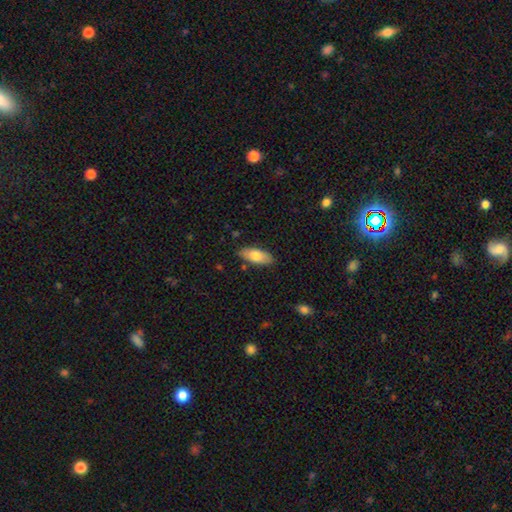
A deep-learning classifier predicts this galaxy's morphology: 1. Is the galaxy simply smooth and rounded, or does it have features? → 75% smooth, 18% featured or disk, 6% star or artifact.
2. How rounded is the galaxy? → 84% in between, 14% cigar-shaped, 2% round.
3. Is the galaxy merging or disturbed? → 84% none, 12% minor disturbance, 2% major disturbance, 2% merger.